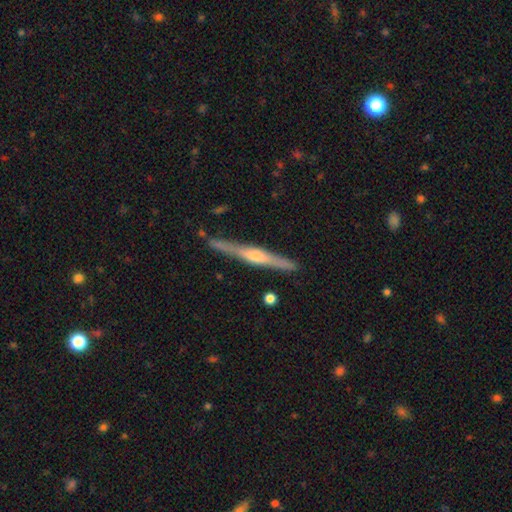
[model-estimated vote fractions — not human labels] Overall: featured or disk (81%). Edge-on disk: yes (98%). Edge-on bulge: rounded (84%). Merging: none (89%).